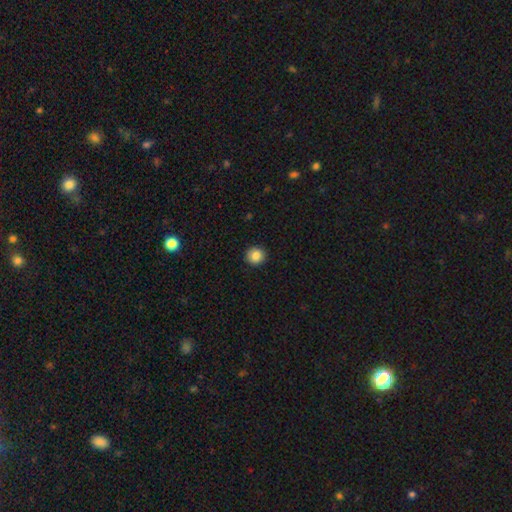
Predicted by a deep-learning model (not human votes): This appears to be a smooth galaxy with no disk features (86%) that is round (93%). Merging: none (92%).